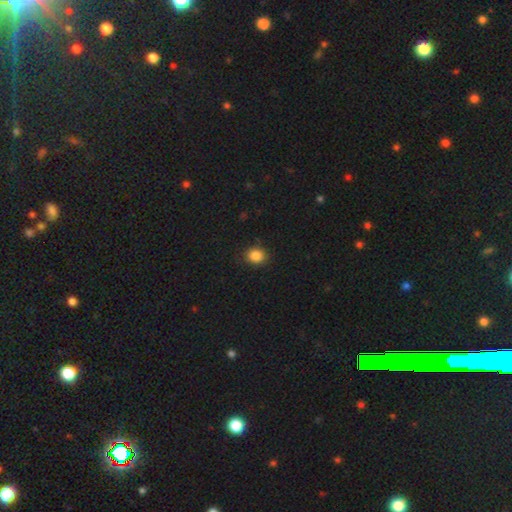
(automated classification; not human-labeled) This is clearly a smooth galaxy (85%). How rounded: likely round (74%). Merging: clearly none (87%).